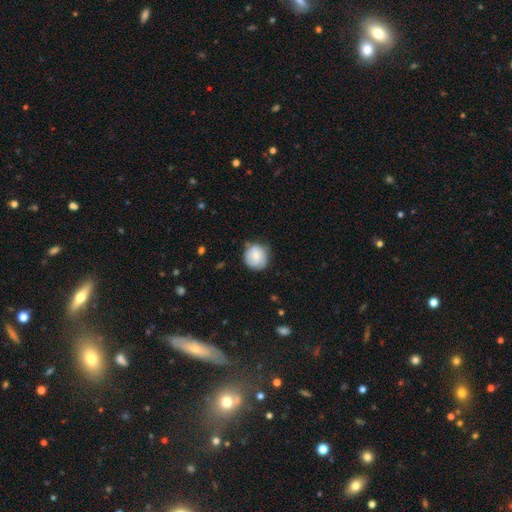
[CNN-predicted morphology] smooth_or_featured: smooth (p=0.67) [alt: featured or disk p=0.25]
how_rounded: round (p=0.87) [alt: in between p=0.12]
merging: none (p=0.69) [alt: minor disturbance p=0.24]